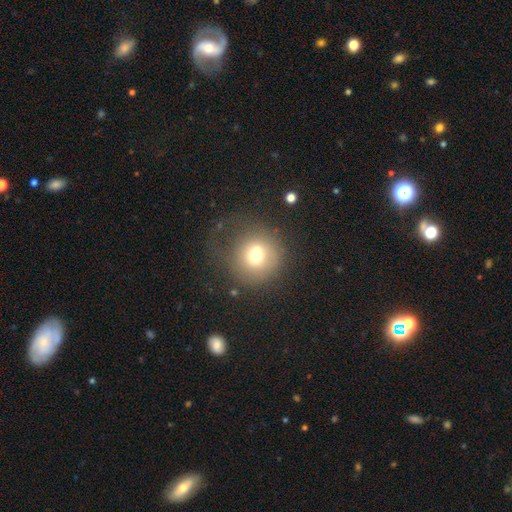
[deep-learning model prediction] Smooth or featured: smooth — 67% (featured or disk — 19%)
How rounded: round — 91% (in between — 8%)
Merging: none — 53% (major disturbance — 22%)